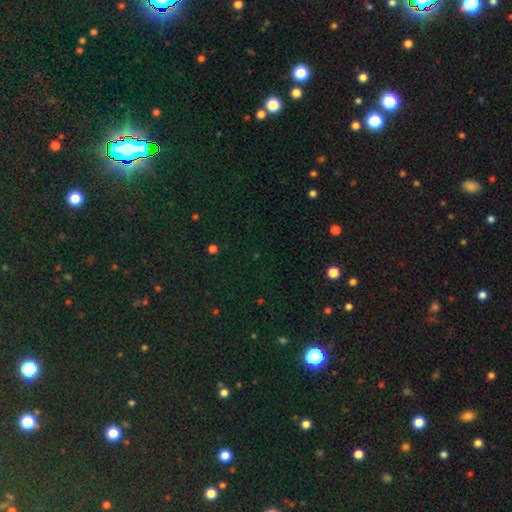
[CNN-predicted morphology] Smooth or featured? star or artifact (77%)